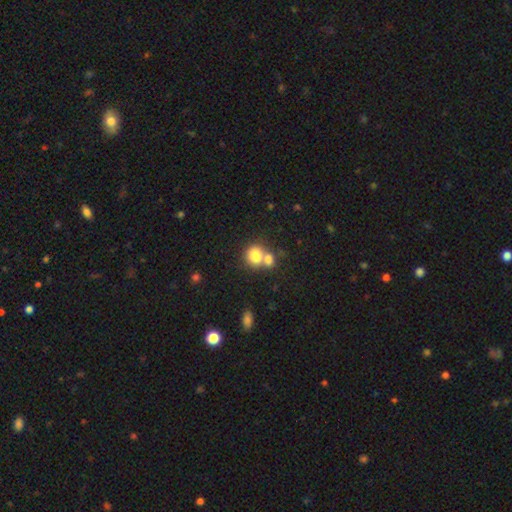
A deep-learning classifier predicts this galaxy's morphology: smooth-or-featured: smooth: 78% | featured or disk: 12% | star or artifact: 10%
  how-rounded: round: 59% | in between: 40% | cigar-shaped: 1%
  merging: merger: 55% | none: 33% | minor disturbance: 8% | major disturbance: 4%